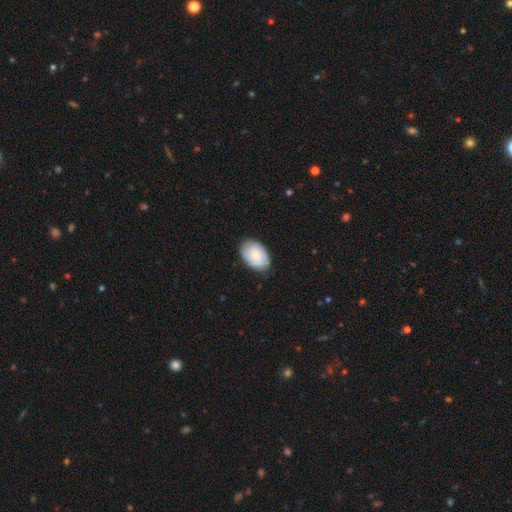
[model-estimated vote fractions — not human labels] This appears to be a smooth galaxy with no disk features (71%) that is in between round and cigar-shaped (87%). Merging: none (82%).